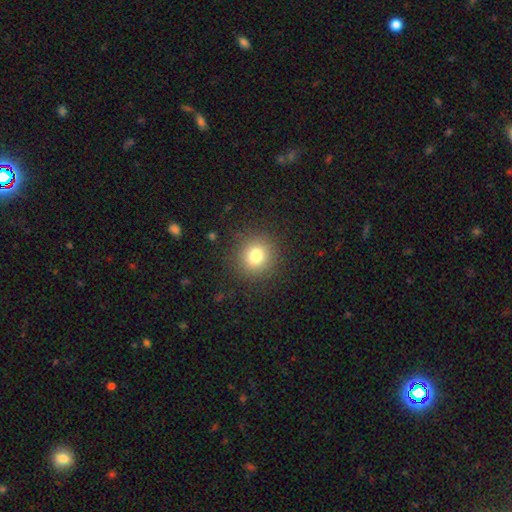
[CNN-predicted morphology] smooth_or_featured: smooth (p=0.79) [alt: star or artifact p=0.13]
how_rounded: round (p=0.91) [alt: in between p=0.08]
merging: none (p=0.89) [alt: minor disturbance p=0.07]